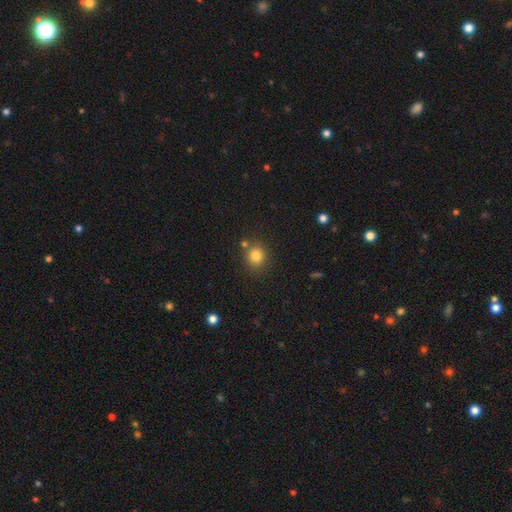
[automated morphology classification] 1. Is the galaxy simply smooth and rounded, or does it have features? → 82% smooth, 12% star or artifact, 6% featured or disk.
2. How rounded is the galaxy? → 87% round, 12% in between, 1% cigar-shaped.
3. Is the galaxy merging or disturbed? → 76% none, 11% merger, 10% minor disturbance, 3% major disturbance.